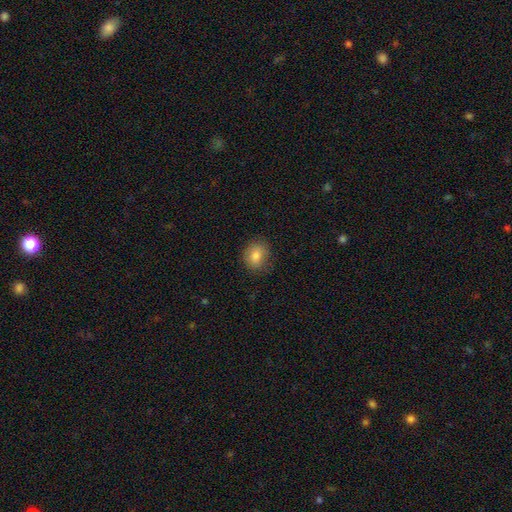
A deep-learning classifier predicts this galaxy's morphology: Smooth or featured: smooth — 82% (star or artifact — 9%)
How rounded: round — 63% (in between — 36%)
Merging: none — 81% (minor disturbance — 15%)